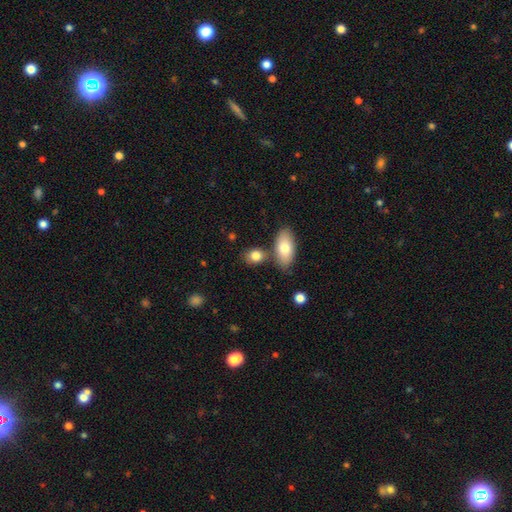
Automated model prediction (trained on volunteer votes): Smooth or featured: smooth — 82% (featured or disk — 10%)
How rounded: in between — 68% (round — 29%)
Merging: none — 67% (merger — 18%)